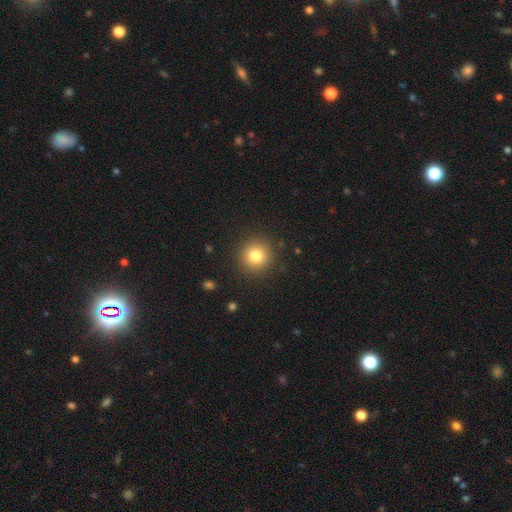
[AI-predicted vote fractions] Smooth or featured? Predicted: smooth (p=0.80). How rounded? Predicted: round (p=0.94). Merging? Predicted: none (p=0.90).